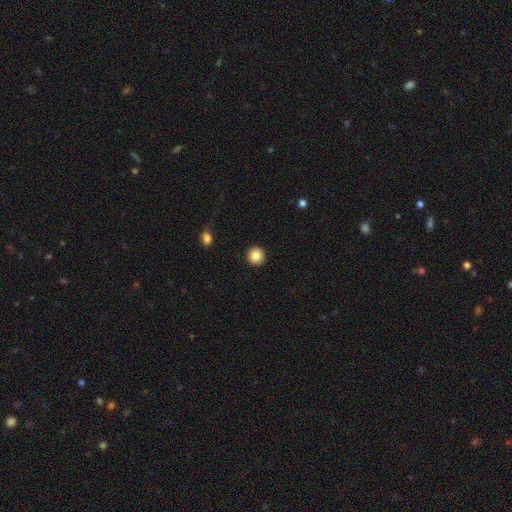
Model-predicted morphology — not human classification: A smooth galaxy with no disk features (86%) that is round (95%).

Vote fractions:
- Smooth or featured? smooth: 86% / star or artifact: 9% / featured or disk: 5%
- How rounded? round: 95% / in between: 4% / cigar-shaped: 1%
- Merging? none: 93% / minor disturbance: 4% / major disturbance: 2% / merger: 1%